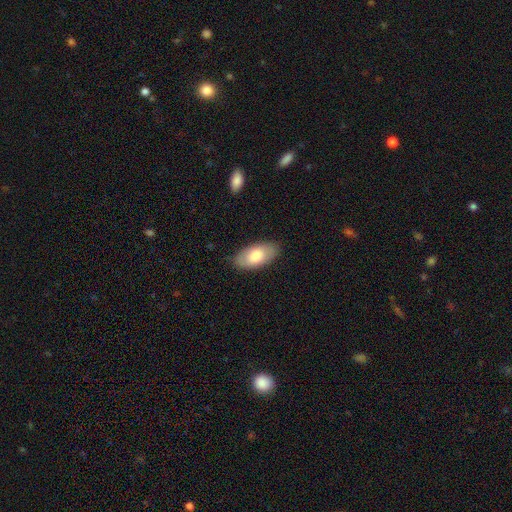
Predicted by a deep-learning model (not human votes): This is likely a smooth galaxy (77%). How rounded: clearly in between (94%). Merging: clearly none (84%).